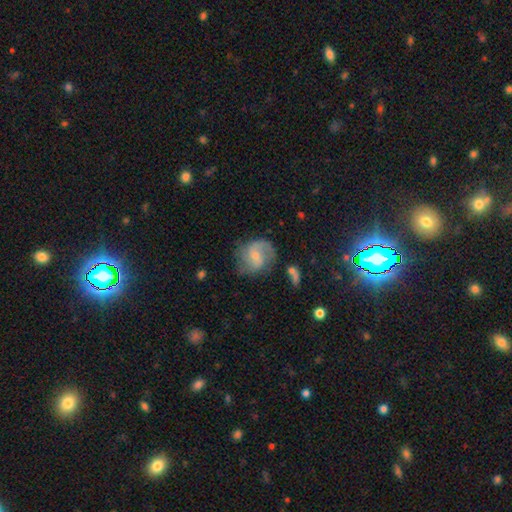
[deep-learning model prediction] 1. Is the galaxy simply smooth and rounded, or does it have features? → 64% featured or disk, 29% smooth, 7% star or artifact.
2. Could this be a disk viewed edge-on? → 98% no, 2% yes.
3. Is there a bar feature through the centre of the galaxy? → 50% no, 42% weak, 8% strong.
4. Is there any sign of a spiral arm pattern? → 88% yes, 12% no.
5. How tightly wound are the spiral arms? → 45% medium, 34% loose, 21% tight.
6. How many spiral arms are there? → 66% 2, 17% can't tell, 7% 3, 5% 1, 3% 4, 2% more than 4.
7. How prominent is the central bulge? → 64% small, 28% moderate, 5% none, 2% large, 1% dominant.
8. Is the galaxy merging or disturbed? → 59% none, 24% minor disturbance, 13% major disturbance, 4% merger.